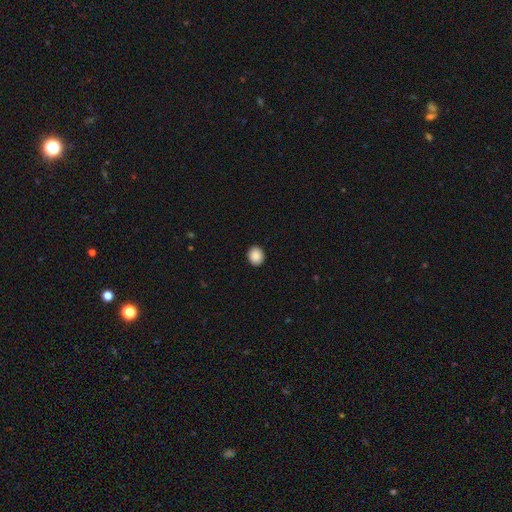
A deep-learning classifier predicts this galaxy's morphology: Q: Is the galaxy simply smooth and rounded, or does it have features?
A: smooth — 89%.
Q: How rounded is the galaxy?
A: round — 71%.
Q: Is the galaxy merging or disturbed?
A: none — 92%.